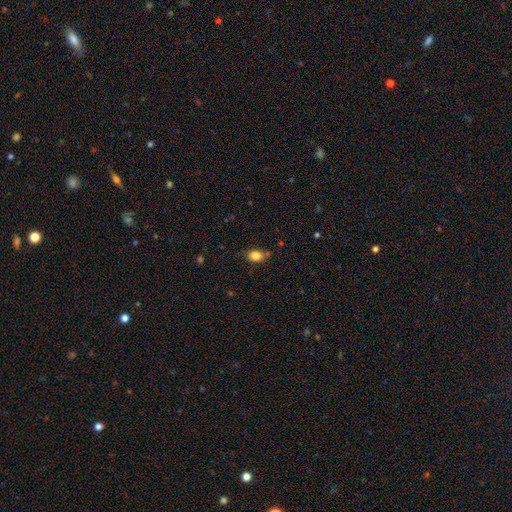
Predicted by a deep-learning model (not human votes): A smooth galaxy with no disk features (82%) that is in between round and cigar-shaped (72%).

Vote fractions:
- Smooth or featured? smooth: 82% / star or artifact: 10% / featured or disk: 8%
- How rounded? in between: 72% / round: 26% / cigar-shaped: 2%
- Merging? none: 72% / minor disturbance: 22% / major disturbance: 4% / merger: 2%